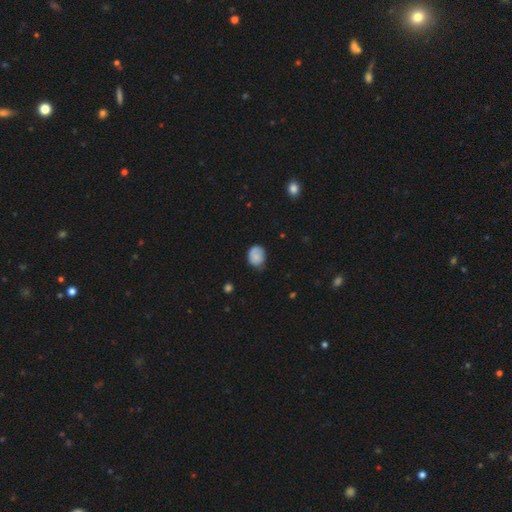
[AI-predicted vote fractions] Smooth or featured: smooth — 79% (featured or disk — 13%)
How rounded: in between — 50% (round — 49%)
Merging: none — 55% (minor disturbance — 35%)